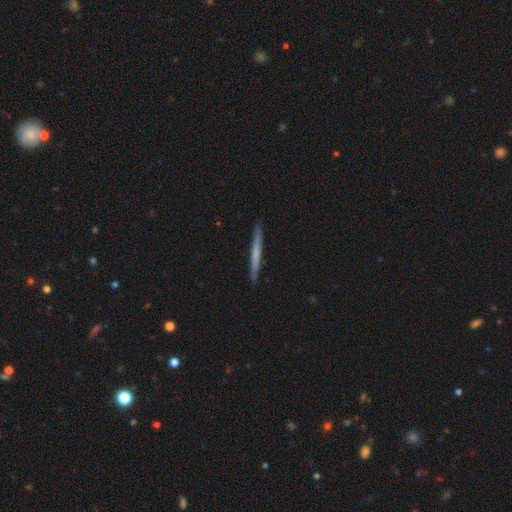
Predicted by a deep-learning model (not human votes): Smooth or featured? Predicted: smooth (p=0.53). How rounded? Predicted: cigar-shaped (p=0.97). Merging? Predicted: none (p=0.91).